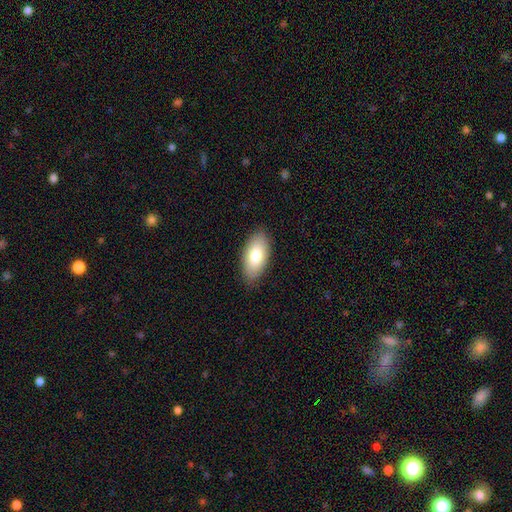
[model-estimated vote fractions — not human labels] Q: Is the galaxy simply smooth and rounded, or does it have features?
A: smooth — 79%.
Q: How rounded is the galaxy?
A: in between — 93%.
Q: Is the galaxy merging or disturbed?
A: none — 86%.